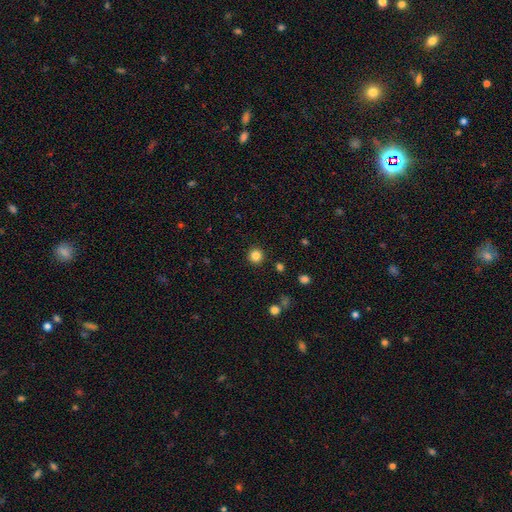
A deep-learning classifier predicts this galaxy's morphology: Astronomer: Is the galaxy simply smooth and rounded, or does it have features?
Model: smooth — 84%.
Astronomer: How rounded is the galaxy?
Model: round — 95%.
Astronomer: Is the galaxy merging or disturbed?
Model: none — 92%.